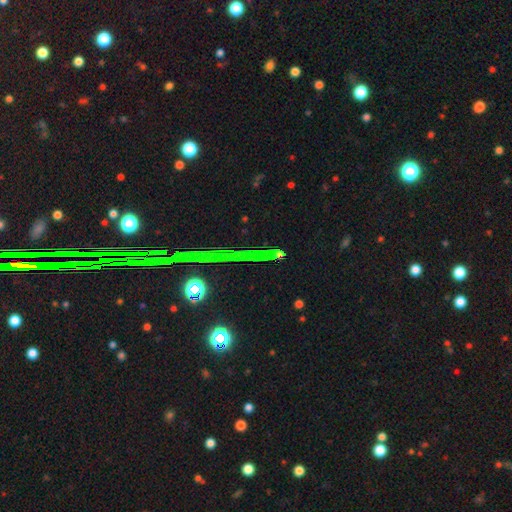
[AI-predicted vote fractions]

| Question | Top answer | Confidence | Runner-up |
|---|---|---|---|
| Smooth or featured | star or artifact | 73% | featured or disk (14%) |